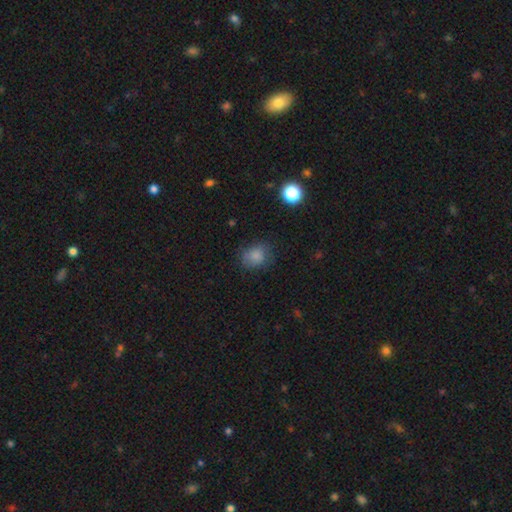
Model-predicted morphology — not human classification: Smooth or featured: smooth — 81% (star or artifact — 12%)
How rounded: round — 59% (in between — 40%)
Merging: none — 67% (minor disturbance — 23%)